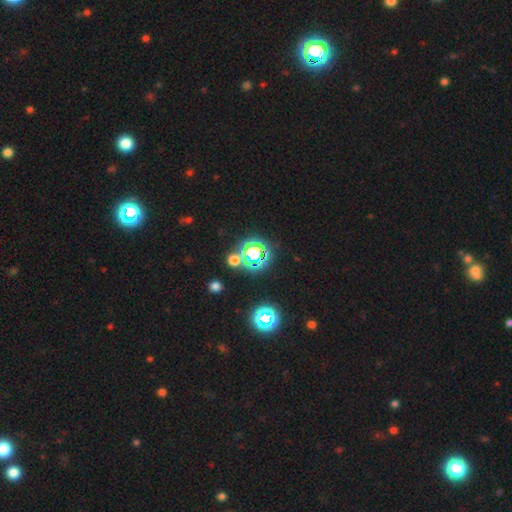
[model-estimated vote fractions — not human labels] A star or artifact, not a galaxy (61%).